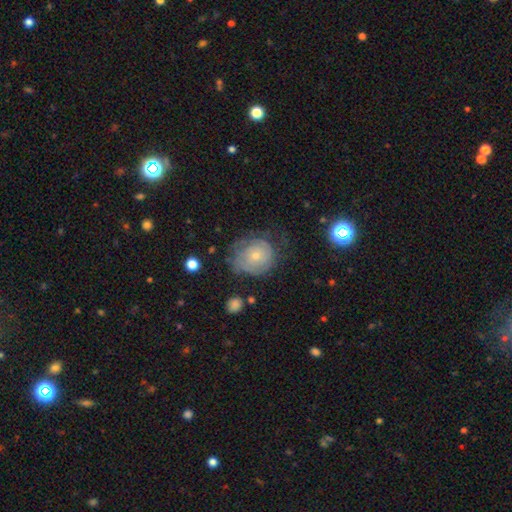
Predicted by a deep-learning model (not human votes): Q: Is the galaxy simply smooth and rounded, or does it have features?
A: featured or disk — 48%.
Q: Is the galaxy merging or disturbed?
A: none — 50%.